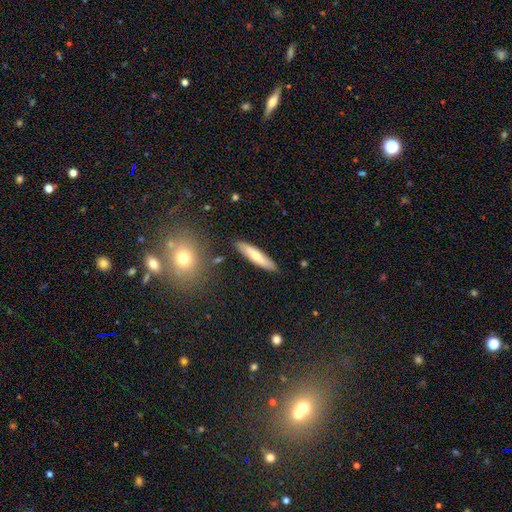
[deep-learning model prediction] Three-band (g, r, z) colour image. It shows a smooth galaxy with no disk features (62%) that is cigar-shaped (80%). Merging: none (86%).